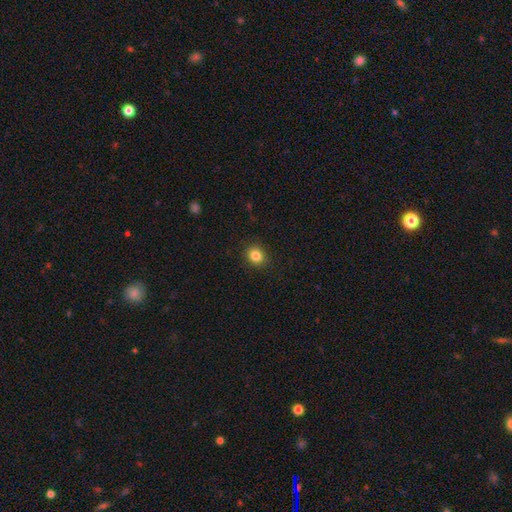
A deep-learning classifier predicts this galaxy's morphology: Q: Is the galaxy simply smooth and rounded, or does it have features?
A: smooth — 84%.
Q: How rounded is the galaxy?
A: round — 75%.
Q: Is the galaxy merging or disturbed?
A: none — 90%.